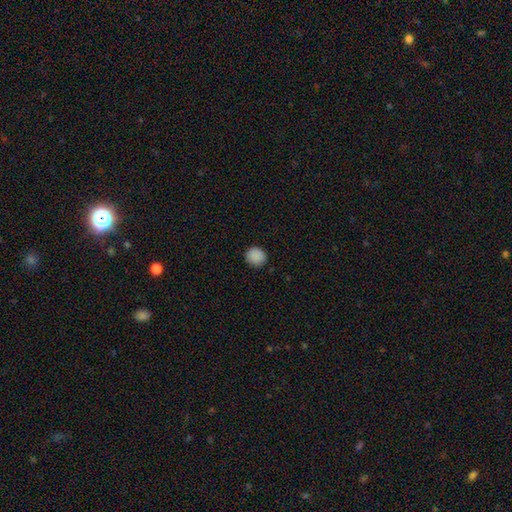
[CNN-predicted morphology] Overall: smooth (88%). How rounded: round (83%). Merging: none (88%).